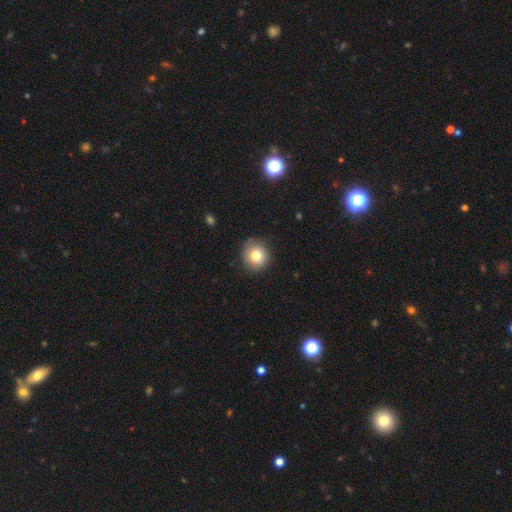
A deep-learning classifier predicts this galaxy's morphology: Smooth or featured: smooth — 79% (featured or disk — 11%)
How rounded: round — 88% (in between — 11%)
Merging: none — 86% (minor disturbance — 10%)